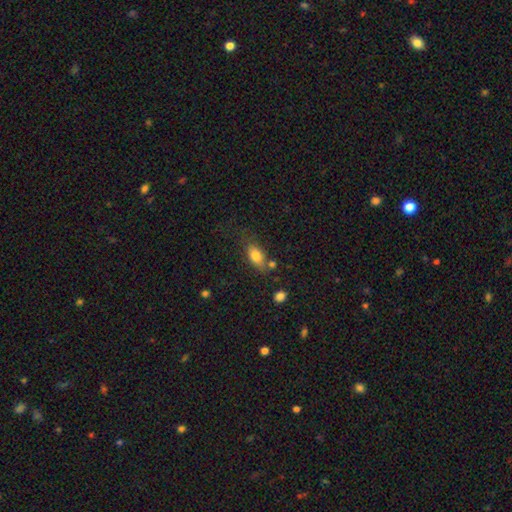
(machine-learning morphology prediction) This appears to be a smooth galaxy with no disk features (80%) that is in between round and cigar-shaped (86%). Merging: none (63%).